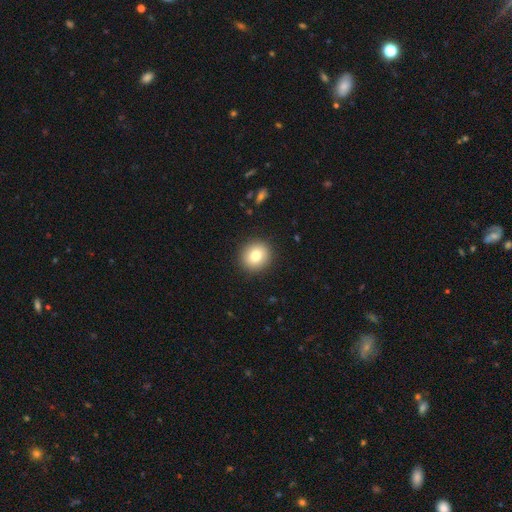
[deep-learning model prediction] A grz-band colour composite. It shows a smooth galaxy with no disk features (79%) that is round (88%). Merging: none (91%).